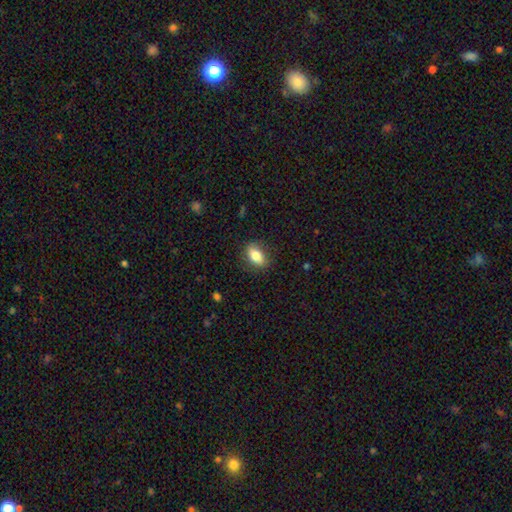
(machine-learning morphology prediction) This is clearly a smooth galaxy (80%). How rounded: clearly in between (86%). Merging: clearly none (83%).